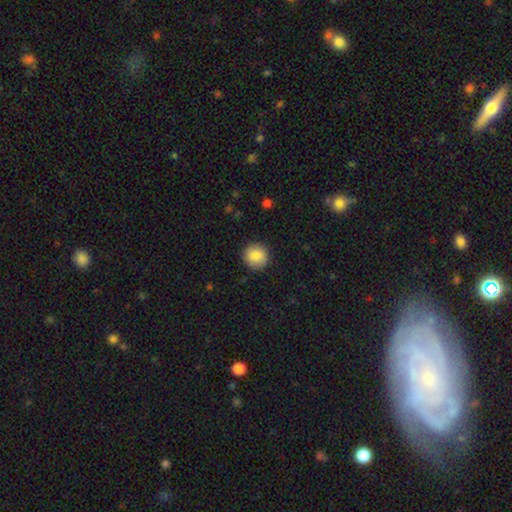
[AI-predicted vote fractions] Overall: smooth (86%). How rounded: round (94%). Merging: none (91%).